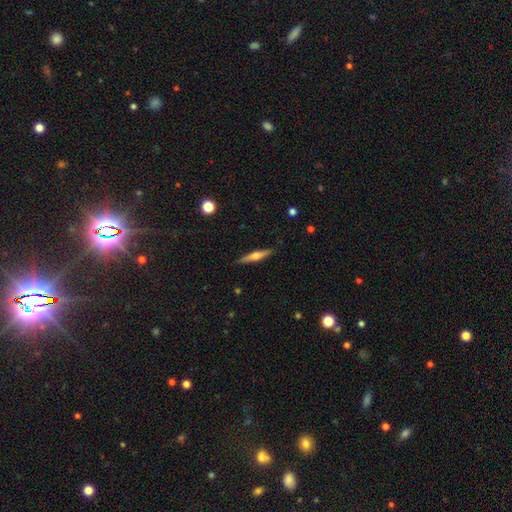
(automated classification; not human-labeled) Overall: featured or disk (49%; smooth 45%). Merging: none (89%).